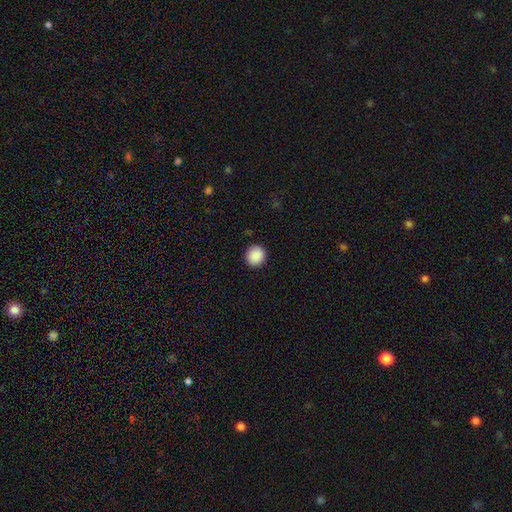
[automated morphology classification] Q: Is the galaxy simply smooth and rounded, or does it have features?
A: smooth — 90%.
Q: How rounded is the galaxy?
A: round — 90%.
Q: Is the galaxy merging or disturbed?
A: none — 91%.